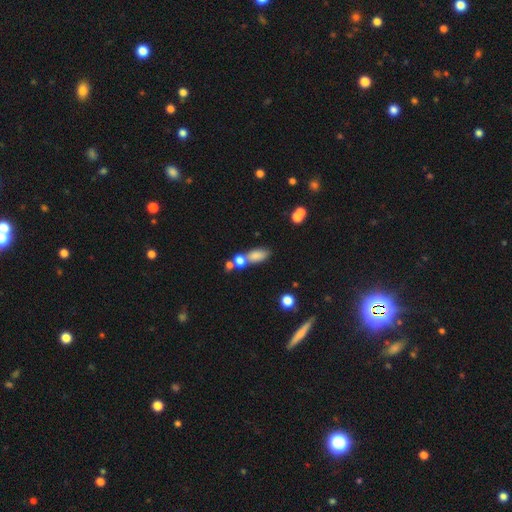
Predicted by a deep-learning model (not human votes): smooth-or-featured: smooth: 78% | featured or disk: 11% | star or artifact: 11%
  how-rounded: in between: 81% | cigar-shaped: 11% | round: 7%
  merging: none: 47% | merger: 32% | minor disturbance: 14% | major disturbance: 7%